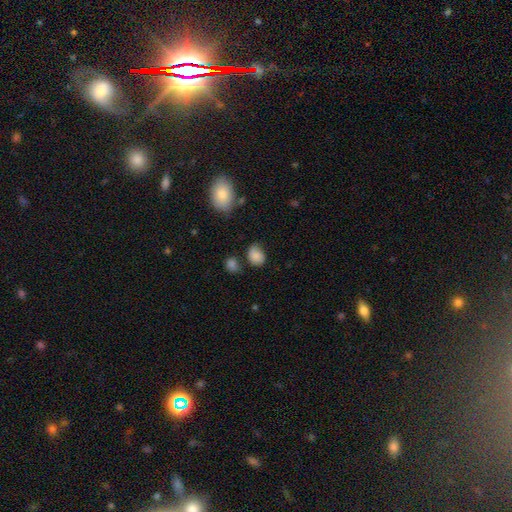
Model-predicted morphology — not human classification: smooth-or-featured: smooth: 82% | star or artifact: 9% | featured or disk: 9%
  how-rounded: in between: 58% | round: 41% | cigar-shaped: 1%
  merging: none: 55% | minor disturbance: 29% | major disturbance: 9% | merger: 7%